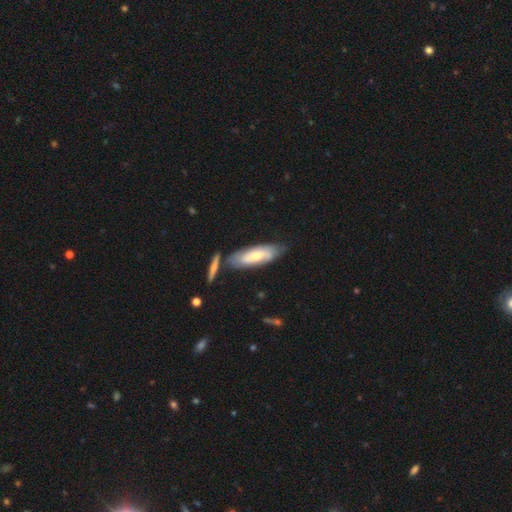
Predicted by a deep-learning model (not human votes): A featured or disk galaxy (50%).

Vote fractions:
- Smooth or featured? featured or disk: 50% / smooth: 44% / star or artifact: 6%
- Merging? none: 67% / minor disturbance: 17% / merger: 11% / major disturbance: 4%